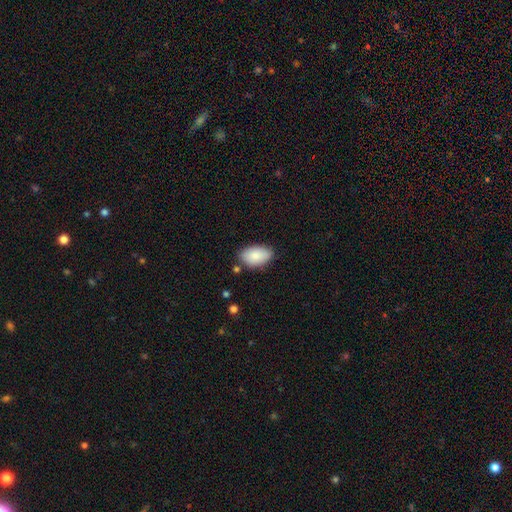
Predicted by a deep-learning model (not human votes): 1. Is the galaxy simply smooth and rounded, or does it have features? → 85% smooth, 8% featured or disk, 6% star or artifact.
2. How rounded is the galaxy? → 93% in between, 5% round, 1% cigar-shaped.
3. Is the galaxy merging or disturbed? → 78% none, 16% minor disturbance, 3% major disturbance, 3% merger.